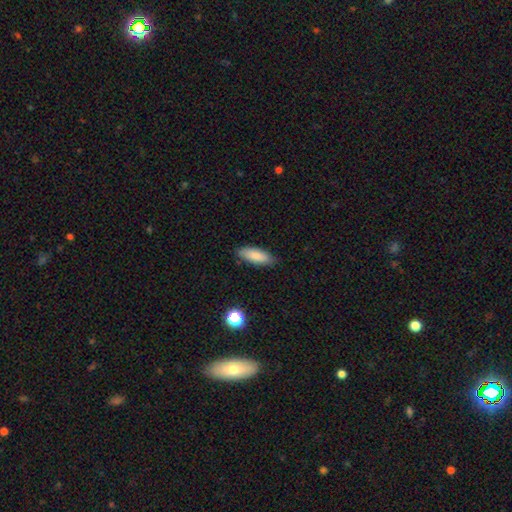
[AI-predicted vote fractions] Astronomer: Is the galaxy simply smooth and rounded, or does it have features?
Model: smooth — 85%.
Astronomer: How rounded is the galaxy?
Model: in between — 67%.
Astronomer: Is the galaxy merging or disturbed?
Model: none — 86%.